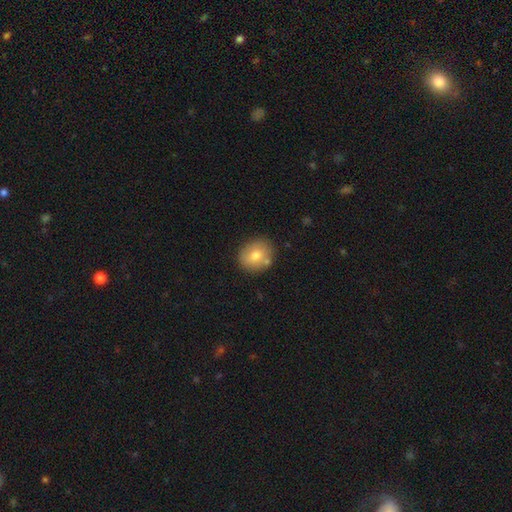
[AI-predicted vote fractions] Smooth or featured?
  - smooth: 74% *
  - featured or disk: 17%
  - star or artifact: 9%
How rounded?
  - round: 76% *
  - in between: 23%
  - cigar-shaped: 1%
Merging?
  - none: 77% *
  - minor disturbance: 12%
  - merger: 8%
  - major disturbance: 3%